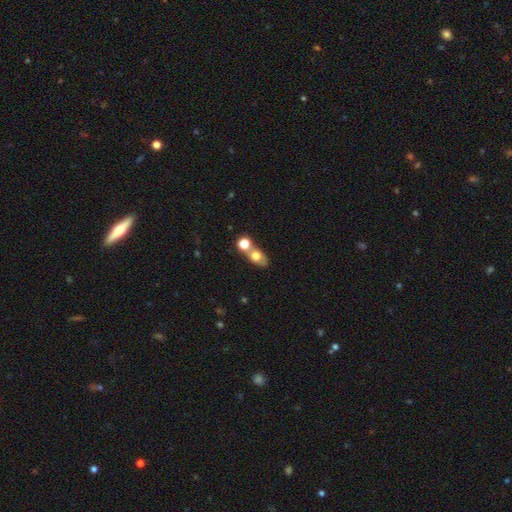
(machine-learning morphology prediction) A smooth galaxy with no disk features (68%) that is in between round and cigar-shaped (63%). Merging: merger (49%).